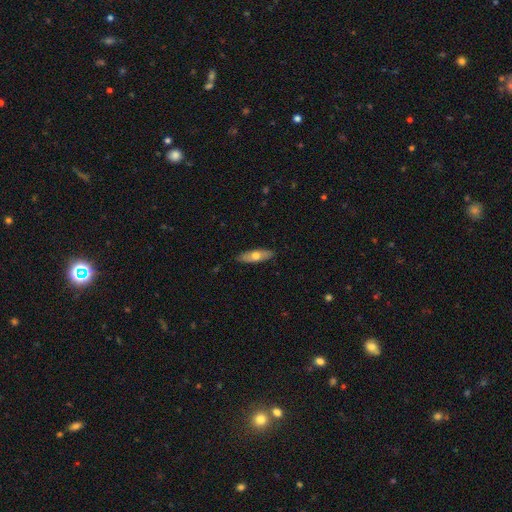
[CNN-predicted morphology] A smooth galaxy with no disk features (59%) that is in between round and cigar-shaped (51%). Merging: none (88%).